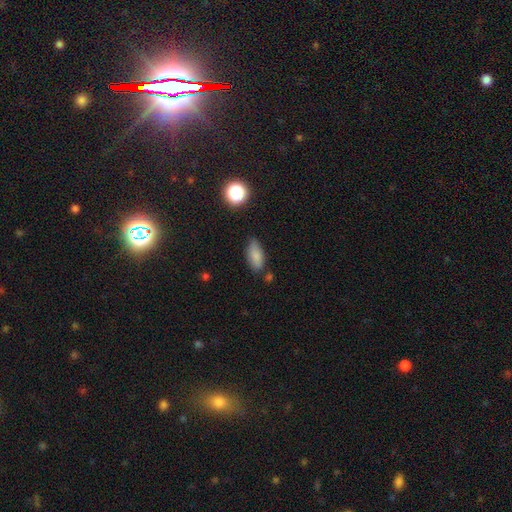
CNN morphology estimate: Overall: smooth (83%). How rounded: in between (84%). Merging: none (72%).